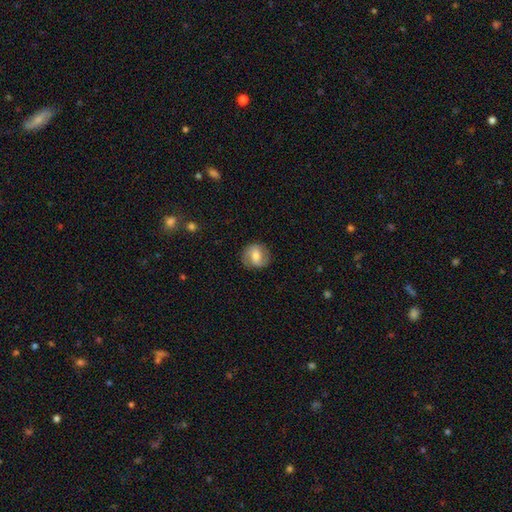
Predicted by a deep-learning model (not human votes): A featured or disk galaxy (53%) with a weak bar (46%), spiral arms (87%) and a moderate central bulge (60%). Merging: none (80%).